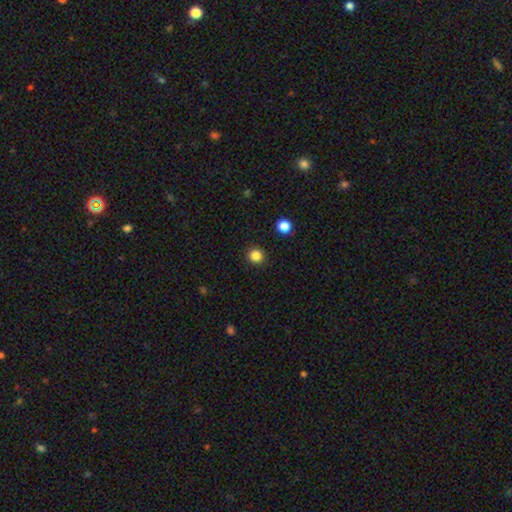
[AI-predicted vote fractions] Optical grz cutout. It shows a smooth galaxy with no disk features (85%) that is round (94%). Merging: none (92%).